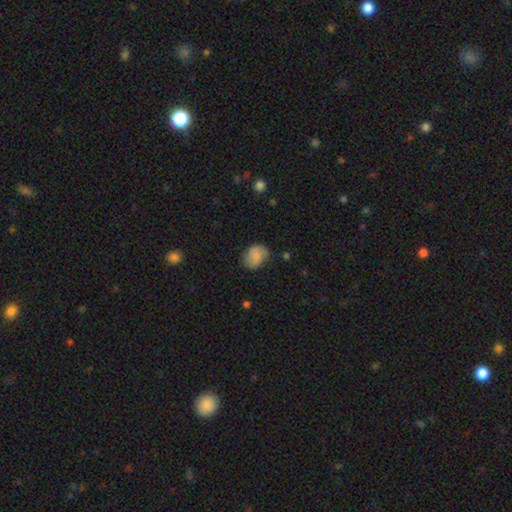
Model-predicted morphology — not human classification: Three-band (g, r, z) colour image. It shows a smooth galaxy with no disk features (72%) that is in between round and cigar-shaped (59%). Merging: none (66%).